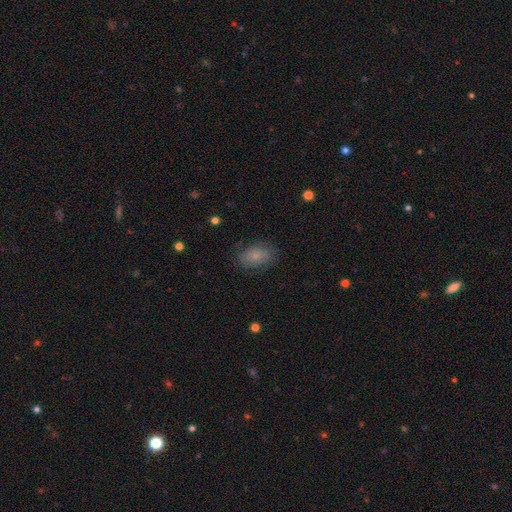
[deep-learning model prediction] Overall: smooth (77%). How rounded: in between (87%). Merging: none (78%).